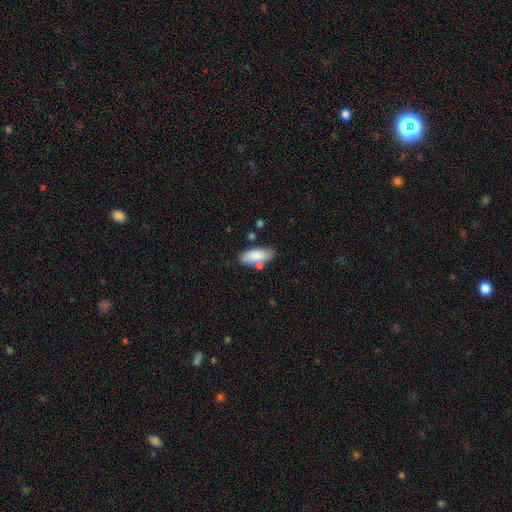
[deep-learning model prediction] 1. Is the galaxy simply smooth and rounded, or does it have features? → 85% smooth, 9% featured or disk, 6% star or artifact.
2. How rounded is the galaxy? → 78% in between, 20% cigar-shaped, 2% round.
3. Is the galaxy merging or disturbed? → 69% none, 16% minor disturbance, 11% merger, 4% major disturbance.